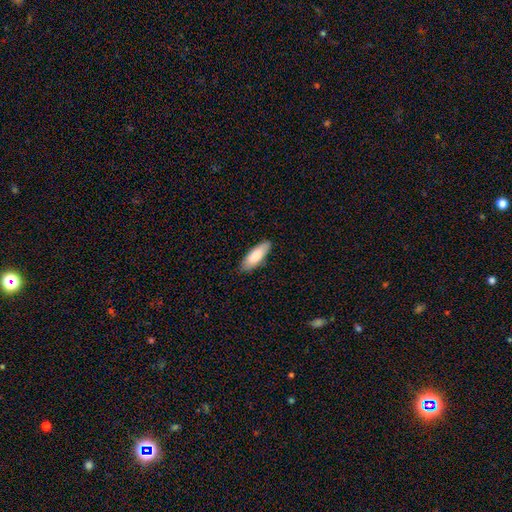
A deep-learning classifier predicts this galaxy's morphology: smooth-or-featured: smooth: 84% | featured or disk: 11% | star or artifact: 5%
  how-rounded: in between: 64% | cigar-shaped: 34% | round: 2%
  merging: none: 86% | minor disturbance: 11% | major disturbance: 2% | merger: 1%